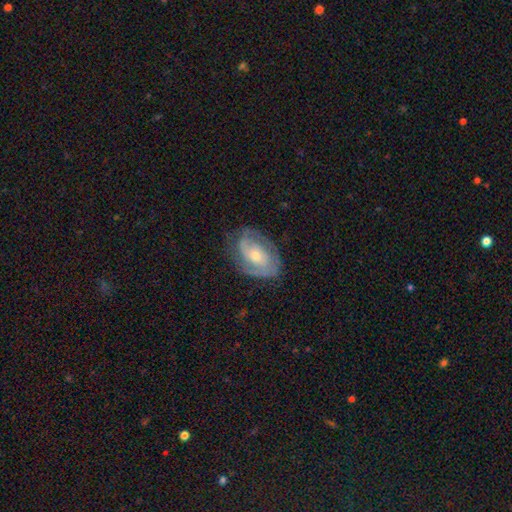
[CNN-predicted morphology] smooth-or-featured: featured or disk: 80% | smooth: 14% | star or artifact: 6%
  disk-edge-on: no: 96% | yes: 4%
    bar: no: 63% | weak: 29% | strong: 8%
    has-spiral-arms: yes: 92% | no: 8%
      spiral-winding: tight: 52% | medium: 37% | loose: 11%
      spiral-arm-count: 2: 62% | can't tell: 19% | 3: 9% | 1: 5% | 4: 2% | more than 4: 2%
    bulge-size: moderate: 49% | small: 45% | large: 3% | none: 2% | dominant: 1%
  merging: none: 72% | minor disturbance: 19% | major disturbance: 7% | merger: 1%